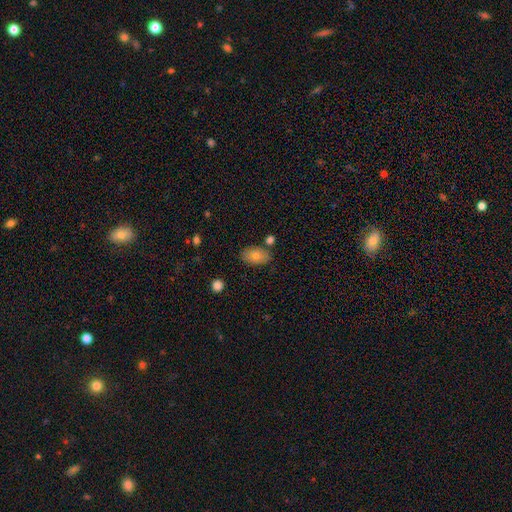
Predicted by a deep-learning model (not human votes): smooth_or_featured: smooth (p=0.76) [alt: featured or disk p=0.15]
how_rounded: in between (p=0.89) [alt: round p=0.10]
merging: none (p=0.78) [alt: minor disturbance p=0.13]